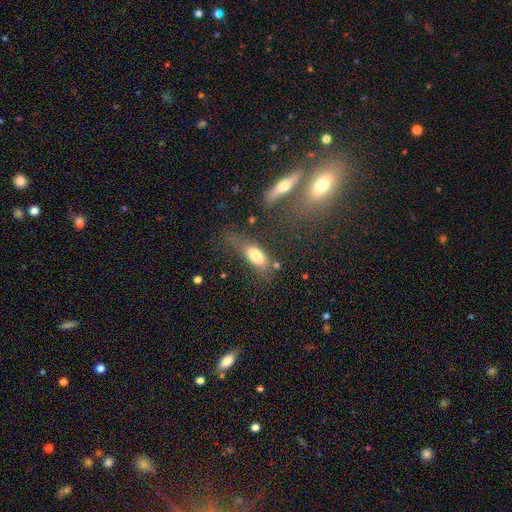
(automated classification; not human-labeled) Smooth or featured?
  - smooth: 74% *
  - featured or disk: 18%
  - star or artifact: 8%
How rounded?
  - in between: 74% *
  - cigar-shaped: 23%
  - round: 3%
Merging?
  - none: 51% *
  - minor disturbance: 24%
  - major disturbance: 16%
  - merger: 9%